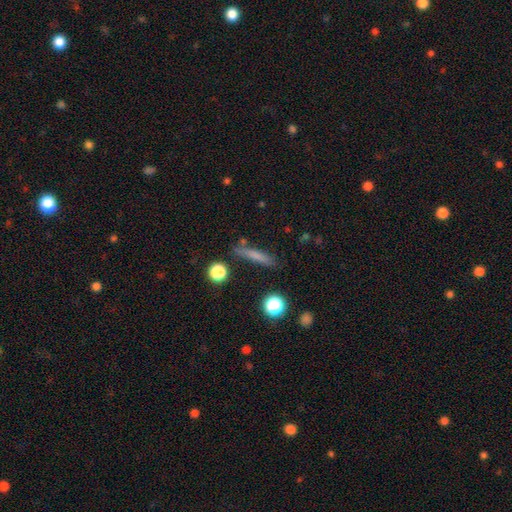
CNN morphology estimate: Smooth or featured? Predicted: smooth (p=0.69). How rounded? Predicted: cigar-shaped (p=0.87). Merging? Predicted: none (p=0.80).